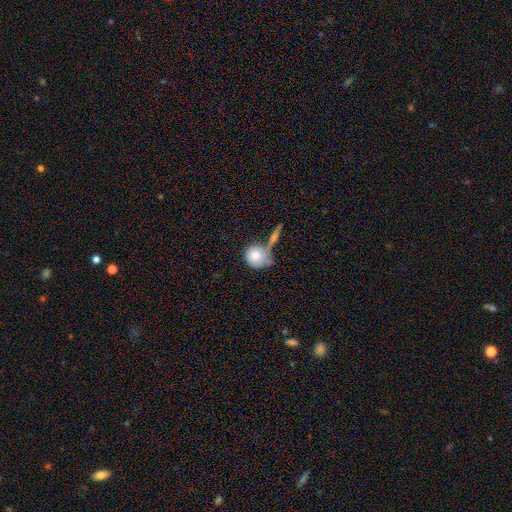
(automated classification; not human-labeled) smooth-or-featured: smooth: 78% | featured or disk: 15% | star or artifact: 7%
  how-rounded: round: 84% | in between: 15% | cigar-shaped: 2%
  merging: none: 43% | merger: 29% | minor disturbance: 17% | major disturbance: 11%